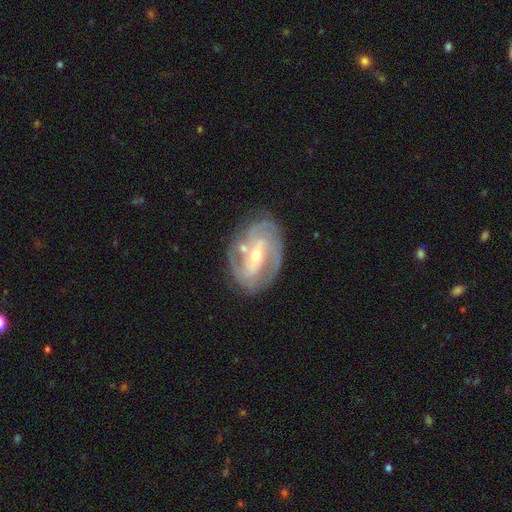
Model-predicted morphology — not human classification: featured or disk 82%, smooth 10%, star or artifact 8%. Down the decision tree: edge-on disk — no (95%); bar — strong (42%); spiral arms — yes (92%); spiral arm count — 2 (41%); spiral winding — tight (54%); bulge size — moderate (49%); merging — none (77%).